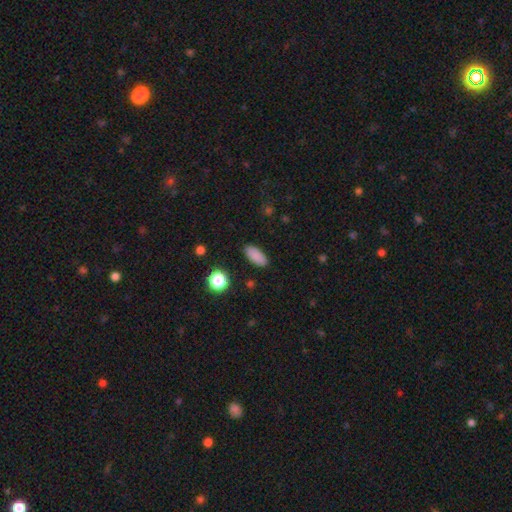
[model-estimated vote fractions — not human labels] A smooth galaxy with no disk features (86%) that is in between round and cigar-shaped (85%). Merging: none (89%).